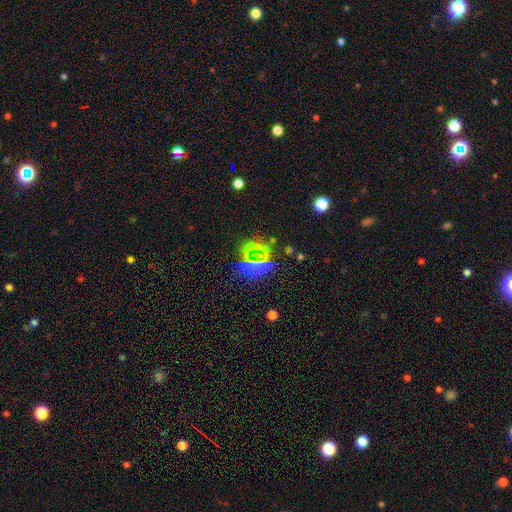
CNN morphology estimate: This appears to be a star or artifact, not a galaxy (66%).